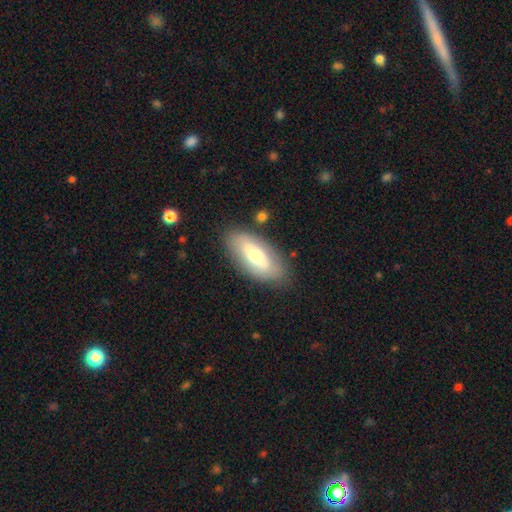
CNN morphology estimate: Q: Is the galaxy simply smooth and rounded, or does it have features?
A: smooth — 58%.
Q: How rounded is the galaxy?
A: in between — 82%.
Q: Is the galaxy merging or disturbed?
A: none — 80%.